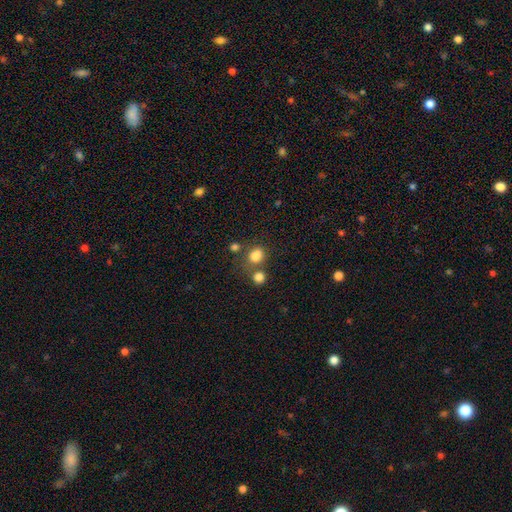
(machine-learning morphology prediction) This appears to be a smooth galaxy with no disk features (81%) that is round (54%). Merging: none (58%).